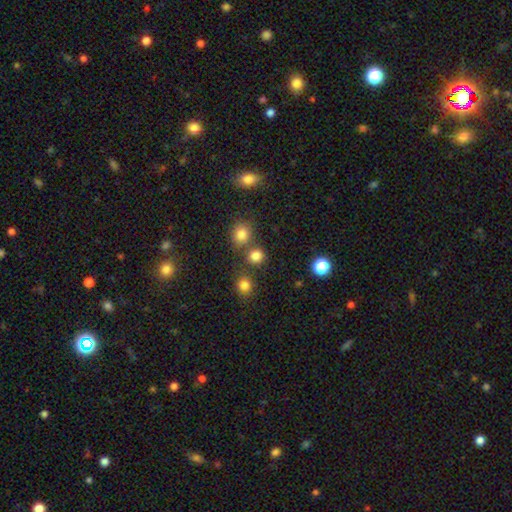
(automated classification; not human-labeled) Overall: smooth (79%). How rounded: round (85%). Merging: none (69%).